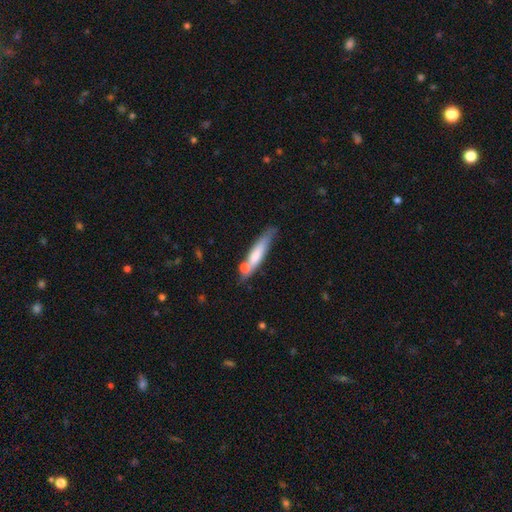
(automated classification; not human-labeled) Smooth or featured? smooth (64%)
How rounded? cigar-shaped (84%)
Merging? none (57%)